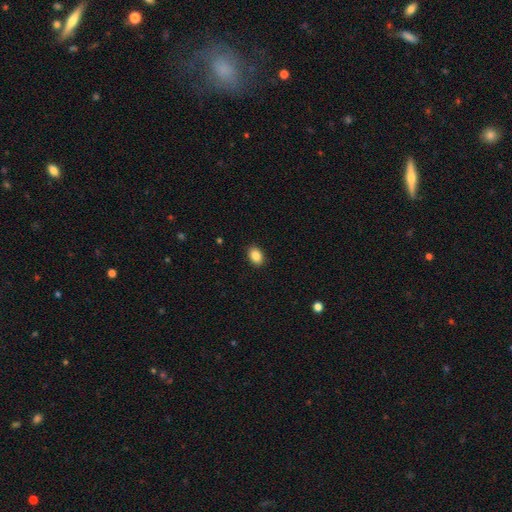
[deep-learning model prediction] This is clearly a smooth galaxy (87%). How rounded: clearly in between (81%). Merging: clearly none (90%).